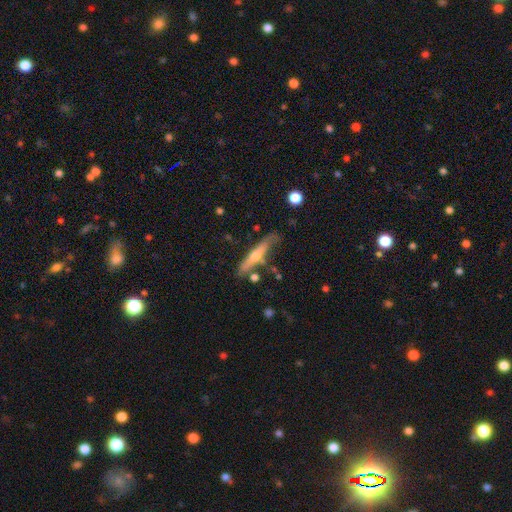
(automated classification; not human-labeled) The model was most divided on "smooth or featured": featured or disk: 55%, smooth: 39%, star or artifact: 6%. More confident: edge-on disk — yes (89%); merging — none (63%).